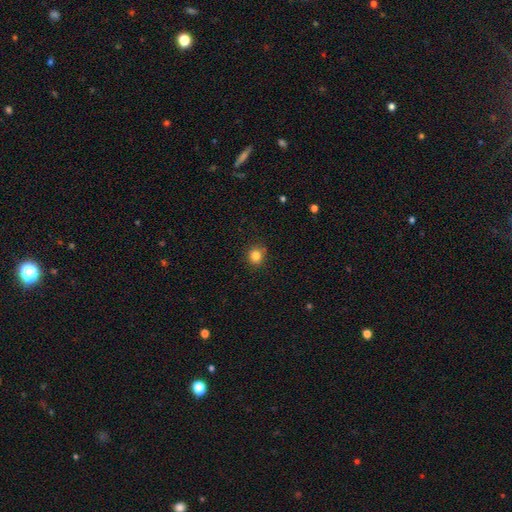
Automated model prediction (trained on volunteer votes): Smooth or featured?
  - smooth: 83% *
  - star or artifact: 12%
  - featured or disk: 5%
How rounded?
  - round: 86% *
  - in between: 13%
  - cigar-shaped: 1%
Merging?
  - none: 86% *
  - minor disturbance: 10%
  - major disturbance: 2%
  - merger: 2%